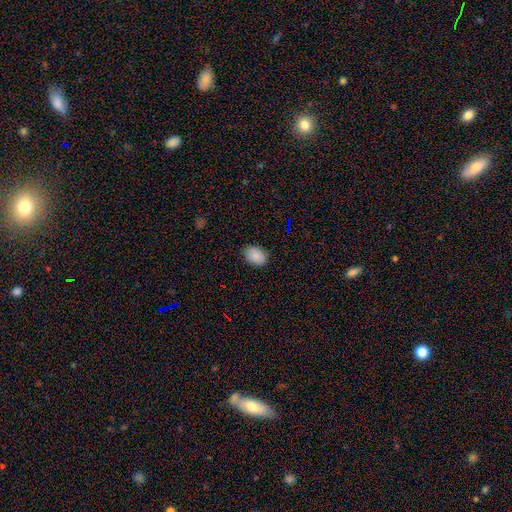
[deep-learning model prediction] The model was most divided on "how rounded": in between: 73%, round: 26%, cigar-shaped: 1%. More confident: smooth or featured — smooth (87%); merging — none (86%).